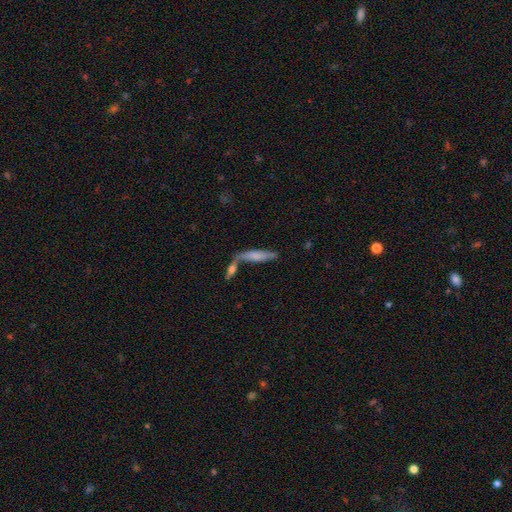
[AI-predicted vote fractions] smooth 61%, featured or disk 31%, star or artifact 8%. Down the decision tree: how rounded — cigar-shaped (78%); merging — none (42%, tied with merger).